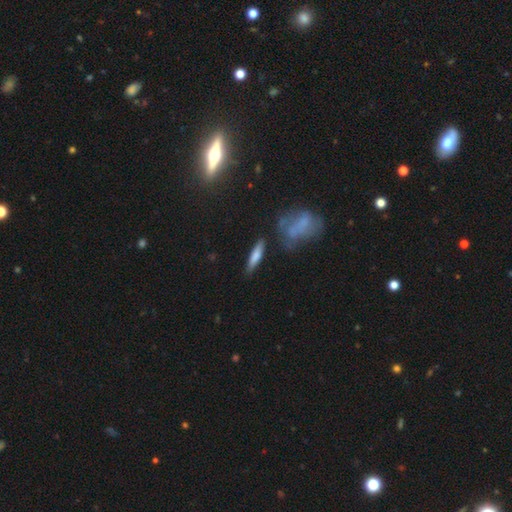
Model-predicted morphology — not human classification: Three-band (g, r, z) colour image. It shows a smooth galaxy with no disk features (71%) that is cigar-shaped (79%). Merging: none (80%).